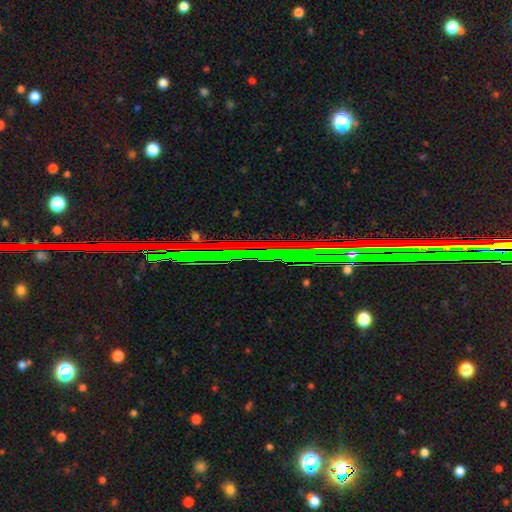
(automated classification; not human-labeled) This appears to be a star or artifact, not a galaxy (76%).